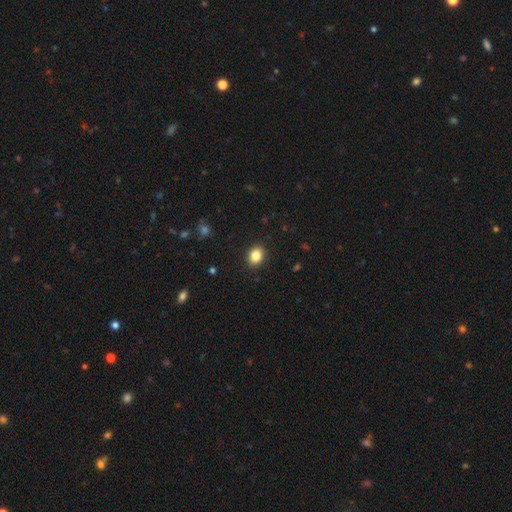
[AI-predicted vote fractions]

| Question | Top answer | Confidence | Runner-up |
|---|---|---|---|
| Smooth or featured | smooth | 85% | star or artifact (9%) |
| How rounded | in between | 52% | round (48%) |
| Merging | none | 90% | minor disturbance (7%) |